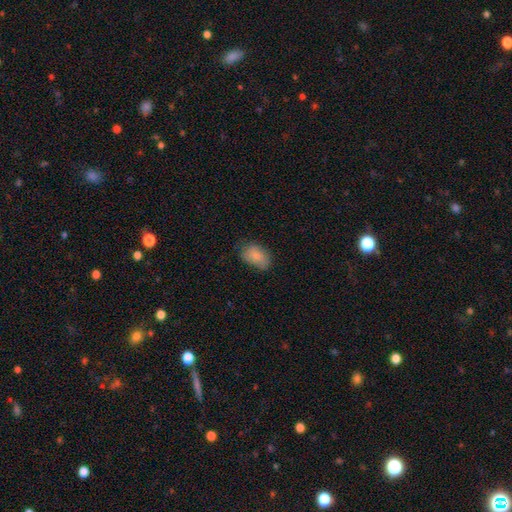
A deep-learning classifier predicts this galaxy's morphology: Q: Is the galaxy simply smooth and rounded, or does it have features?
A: smooth — 83%.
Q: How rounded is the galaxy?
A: in between — 88%.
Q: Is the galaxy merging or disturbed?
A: none — 65%.